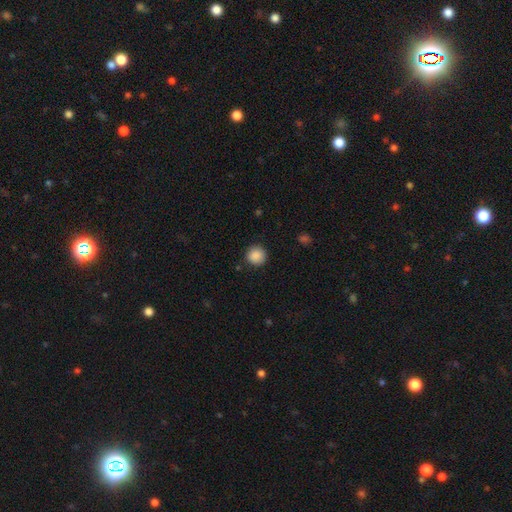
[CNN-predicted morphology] type=smooth (88%); roundness=round (94%); merging=none (89%).